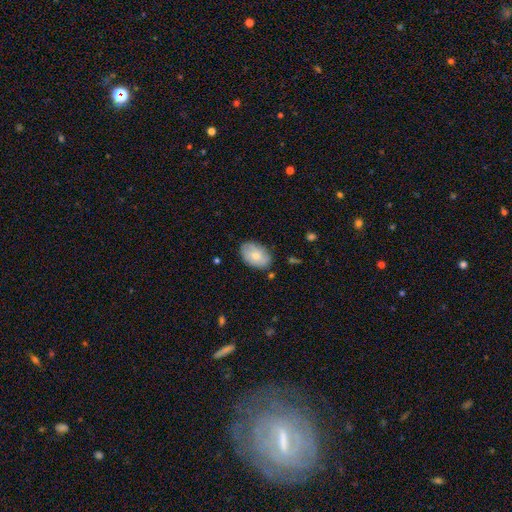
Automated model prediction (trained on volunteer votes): This appears to be a smooth galaxy with no disk features (73%) that is in between round and cigar-shaped (87%). Merging: none (79%).